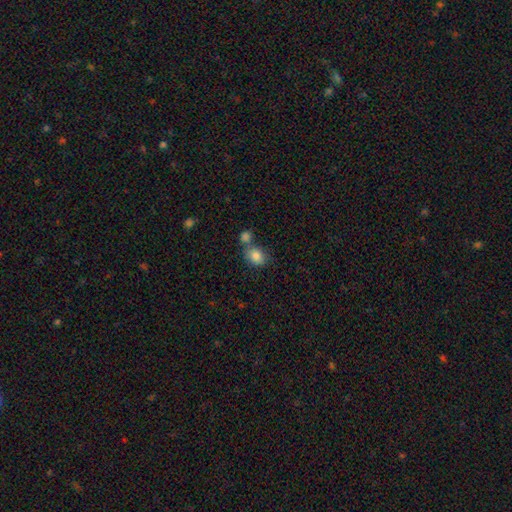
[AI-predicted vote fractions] A smooth galaxy with no disk features (84%) that is in between round and cigar-shaped (55%).

Vote fractions:
- Smooth or featured? smooth: 84% / star or artifact: 9% / featured or disk: 7%
- How rounded? in between: 55% / round: 44% / cigar-shaped: 1%
- Merging? none: 48% / merger: 35% / minor disturbance: 12% / major disturbance: 5%